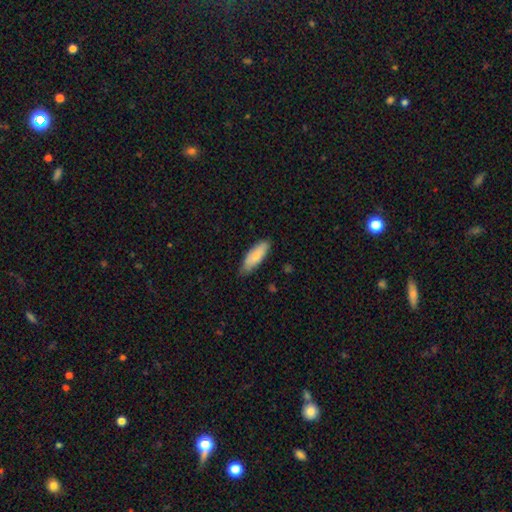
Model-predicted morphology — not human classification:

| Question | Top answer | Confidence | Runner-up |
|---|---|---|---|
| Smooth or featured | smooth | 81% | featured or disk (13%) |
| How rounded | in between | 64% | cigar-shaped (34%) |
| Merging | none | 78% | minor disturbance (18%) |